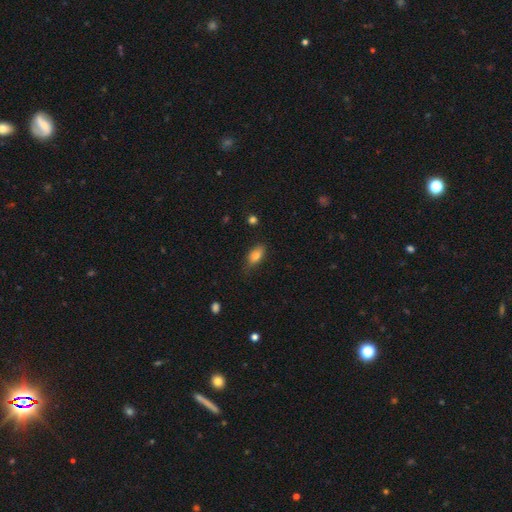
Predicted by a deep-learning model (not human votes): This is likely a smooth galaxy (79%). How rounded: clearly in between (85%). Merging: likely none (69%).